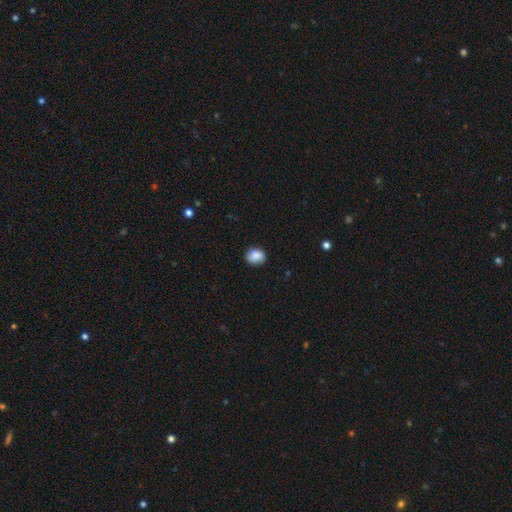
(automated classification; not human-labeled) Overall: smooth (86%). How rounded: round (56%; in between 43%). Merging: none (83%).